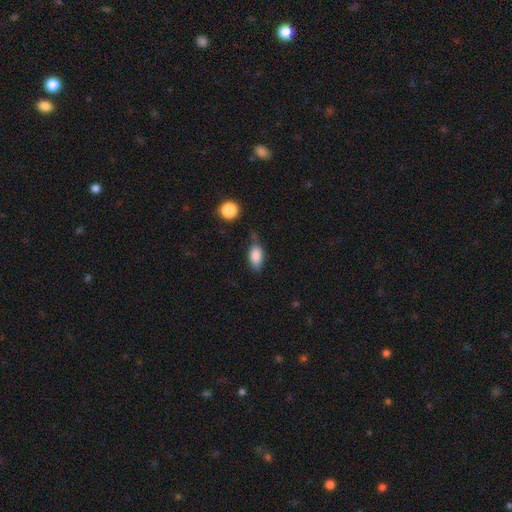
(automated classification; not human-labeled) Morphology: type=smooth (83%); roundness=in between (87%); merging=none (58%).